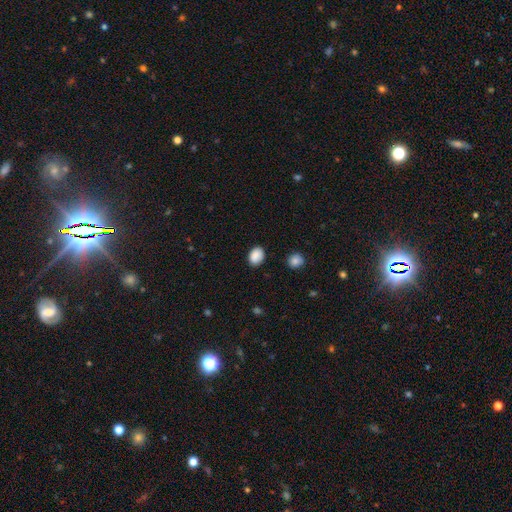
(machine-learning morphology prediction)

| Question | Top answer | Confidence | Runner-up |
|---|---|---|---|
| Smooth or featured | smooth | 88% | star or artifact (8%) |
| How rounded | in between | 71% | round (28%) |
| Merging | none | 84% | minor disturbance (12%) |